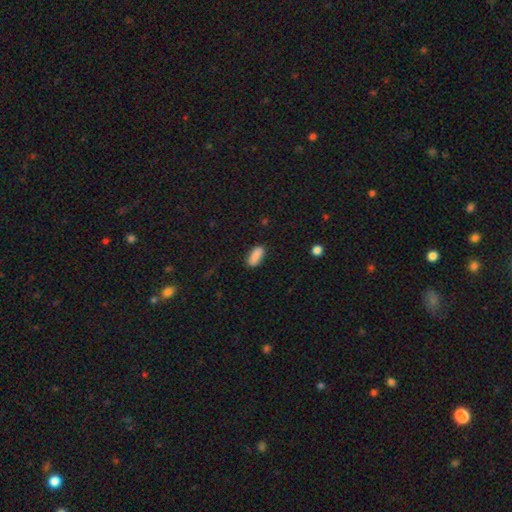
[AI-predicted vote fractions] Smooth or featured? smooth (88%)
How rounded? in between (84%)
Merging? none (84%)